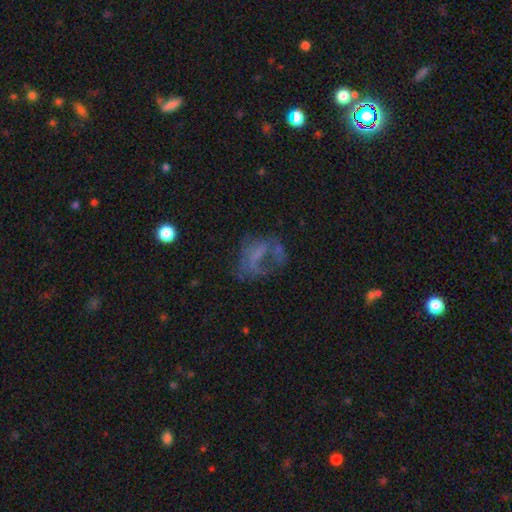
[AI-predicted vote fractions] This is possibly a featured or disk galaxy (48%). Merging: marginally major disturbance (43%).